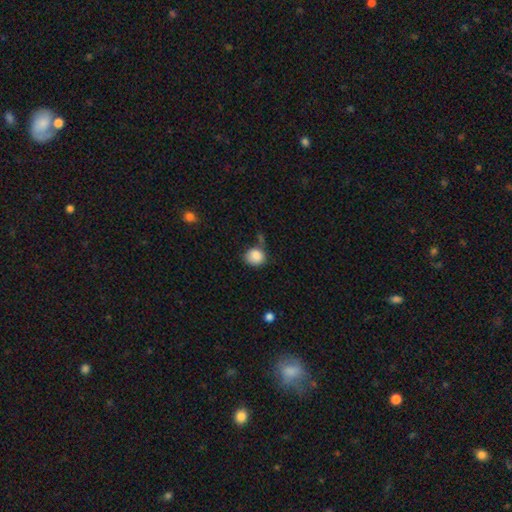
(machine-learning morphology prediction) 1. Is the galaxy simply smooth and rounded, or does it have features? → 87% smooth, 8% star or artifact, 4% featured or disk.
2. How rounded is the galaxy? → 72% round, 27% in between, 1% cigar-shaped.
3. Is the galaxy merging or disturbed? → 56% none, 25% minor disturbance, 9% merger, 9% major disturbance.